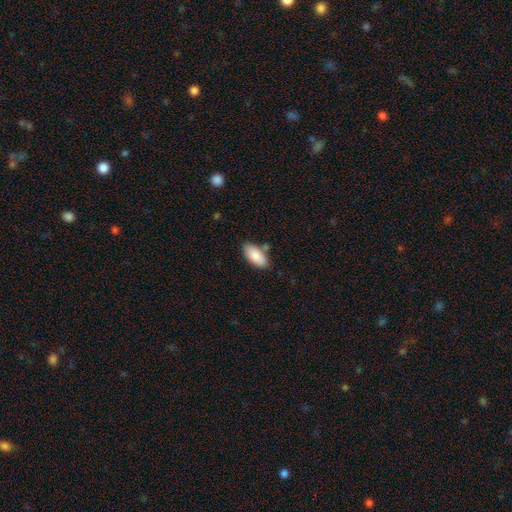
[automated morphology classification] Smooth or featured? Predicted: smooth (p=0.87). How rounded? Predicted: in between (p=0.91). Merging? Predicted: none (p=0.75).